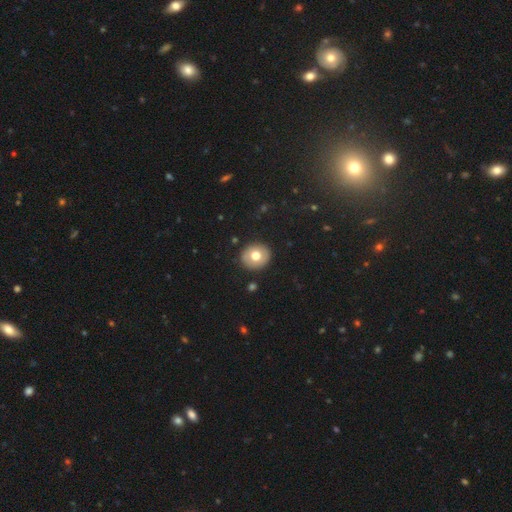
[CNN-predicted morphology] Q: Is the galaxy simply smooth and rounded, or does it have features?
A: smooth — 70%.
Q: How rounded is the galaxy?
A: round — 82%.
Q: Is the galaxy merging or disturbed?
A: none — 90%.